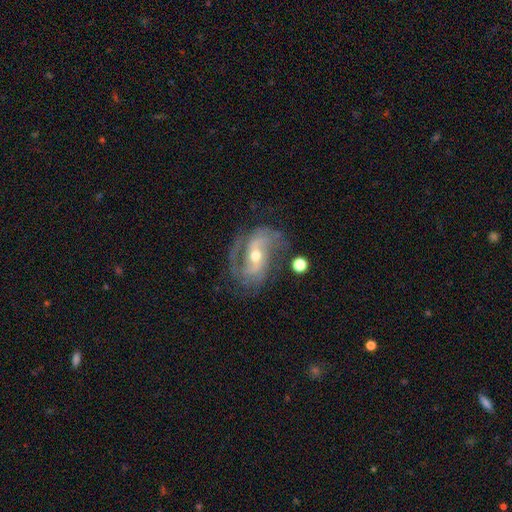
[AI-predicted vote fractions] Smooth or featured? Predicted: featured or disk (p=0.88). Edge-on disk? Predicted: no (p=0.96). Bar? Predicted: weak (p=0.41). Spiral arms? Predicted: yes (p=0.95). Spiral winding? Predicted: medium (p=0.48). Spiral arm count? Predicted: 2 (p=0.76). Bulge size? Predicted: moderate (p=0.64). Merging? Predicted: none (p=0.61).